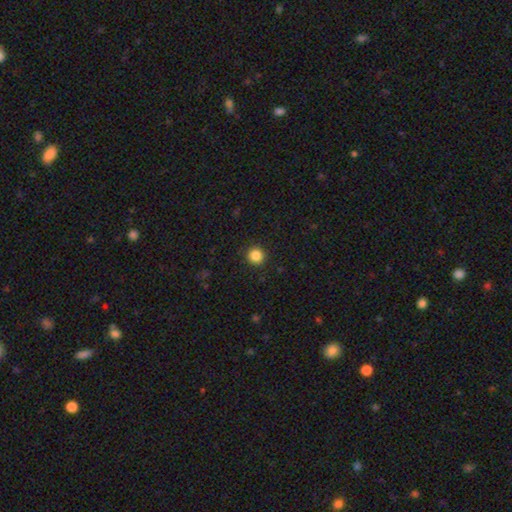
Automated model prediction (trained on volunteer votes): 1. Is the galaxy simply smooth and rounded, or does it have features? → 86% smooth, 11% star or artifact, 3% featured or disk.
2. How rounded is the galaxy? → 94% round, 5% in between, 1% cigar-shaped.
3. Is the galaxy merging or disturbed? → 92% none, 5% minor disturbance, 2% major disturbance, 1% merger.